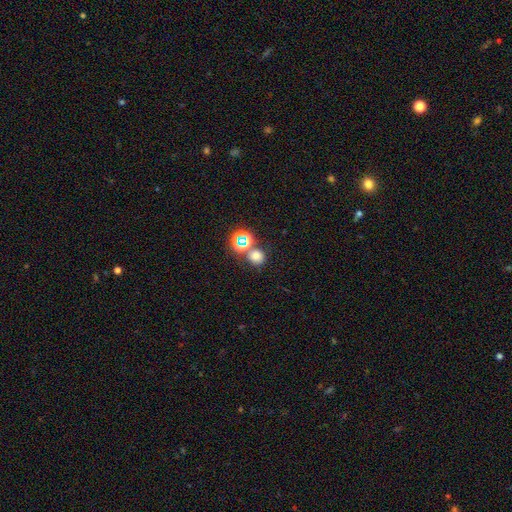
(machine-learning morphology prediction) Smooth or featured?
  - smooth: 68% *
  - star or artifact: 25%
  - featured or disk: 7%
How rounded?
  - round: 86% *
  - in between: 13%
  - cigar-shaped: 1%
Merging?
  - none: 66% *
  - merger: 21%
  - minor disturbance: 9%
  - major disturbance: 4%